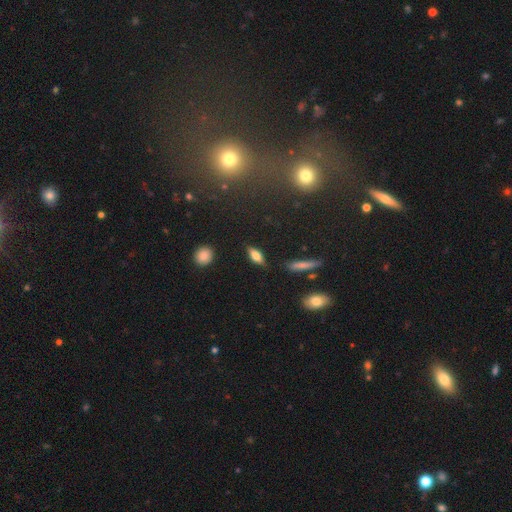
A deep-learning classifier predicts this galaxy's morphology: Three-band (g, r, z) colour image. It shows a smooth galaxy with no disk features (61%) that is in between round and cigar-shaped (66%). Merging: none (82%).